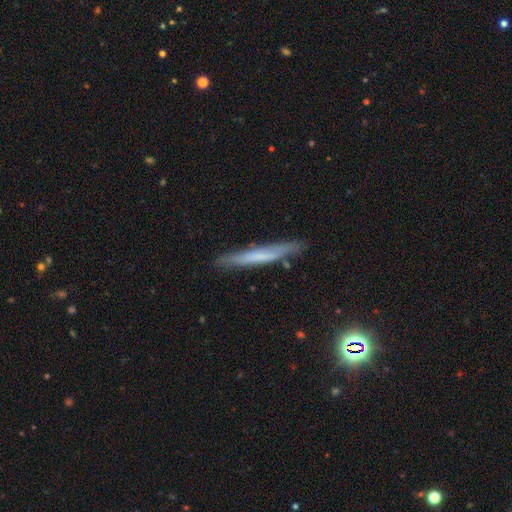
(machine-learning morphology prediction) type=featured or disk (46%); merging=none (85%).